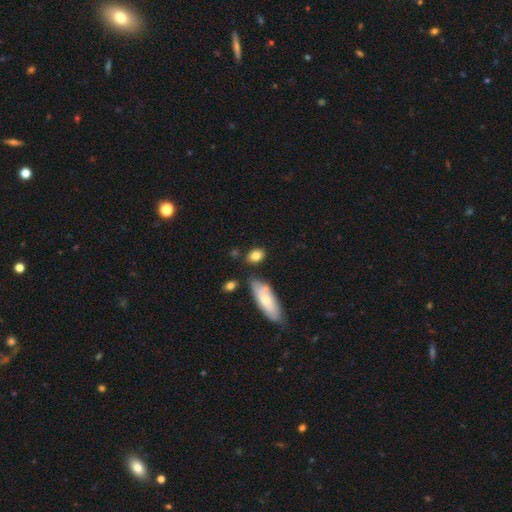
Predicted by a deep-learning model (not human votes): smooth_or_featured: smooth (p=0.81) [alt: featured or disk p=0.11]
how_rounded: in between (p=0.75) [alt: round p=0.20]
merging: none (p=0.72) [alt: minor disturbance p=0.16]